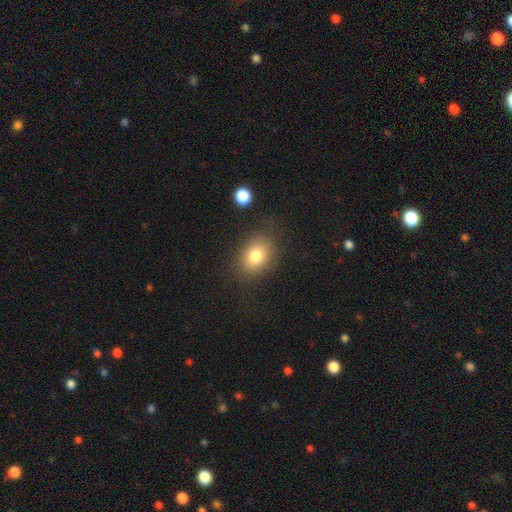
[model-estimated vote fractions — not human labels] Smooth or featured: smooth — 79% (star or artifact — 11%)
How rounded: in between — 64% (round — 35%)
Merging: none — 79% (minor disturbance — 13%)